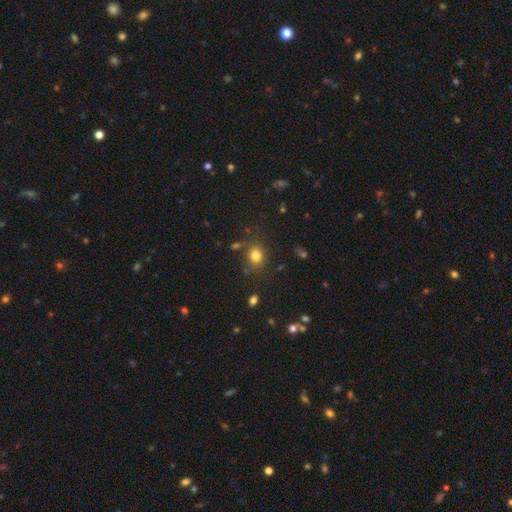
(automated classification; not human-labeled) smooth-or-featured: smooth: 79% | star or artifact: 14% | featured or disk: 7%
  how-rounded: round: 67% | in between: 32% | cigar-shaped: 1%
  merging: none: 79% | minor disturbance: 12% | merger: 5% | major disturbance: 4%